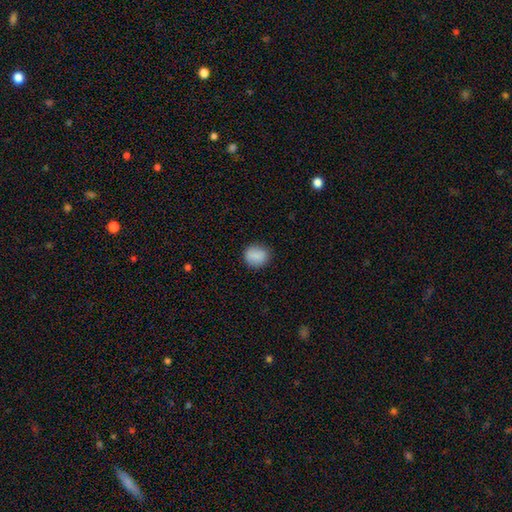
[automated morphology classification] A smooth galaxy with no disk features (88%) that is round (70%). Merging: none (86%).